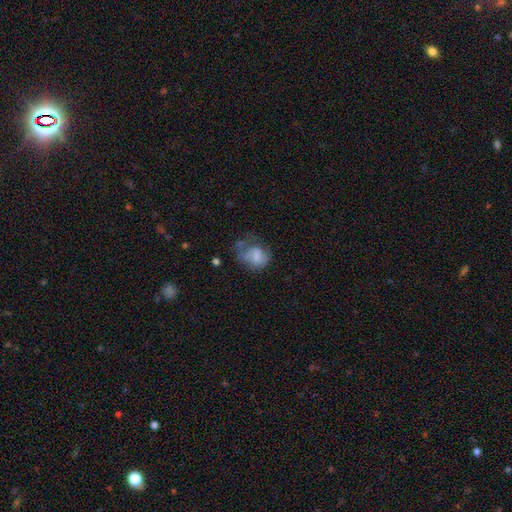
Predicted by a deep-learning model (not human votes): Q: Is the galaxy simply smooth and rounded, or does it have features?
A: smooth — 58%.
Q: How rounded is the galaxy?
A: in between — 54%.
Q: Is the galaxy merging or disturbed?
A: major disturbance — 41%.